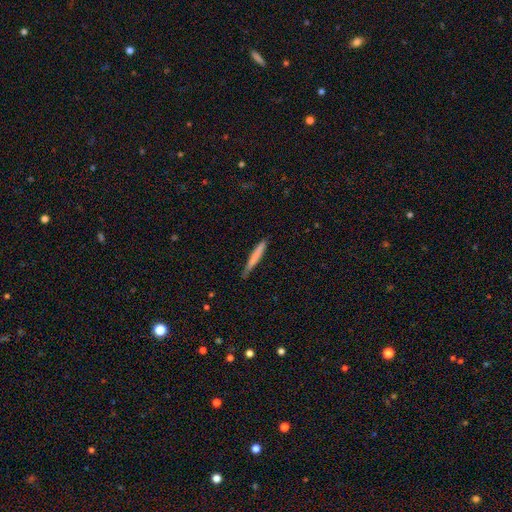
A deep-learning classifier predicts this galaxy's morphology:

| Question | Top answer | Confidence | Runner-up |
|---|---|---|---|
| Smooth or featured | smooth | 73% | featured or disk (22%) |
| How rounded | cigar-shaped | 96% | in between (3%) |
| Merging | none | 79% | minor disturbance (17%) |